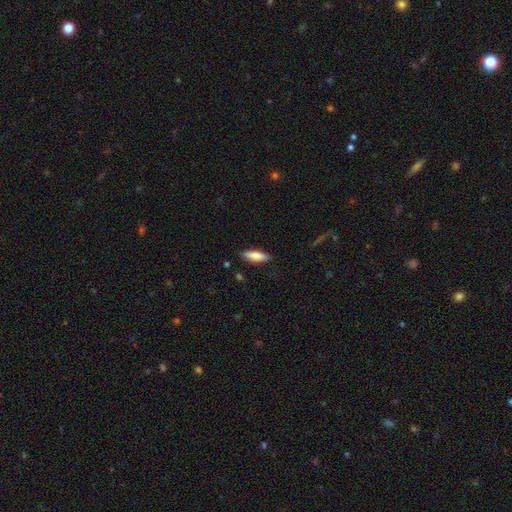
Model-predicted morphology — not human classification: This appears to be a smooth galaxy with no disk features (78%) that is in between round and cigar-shaped (56%). Merging: none (85%).